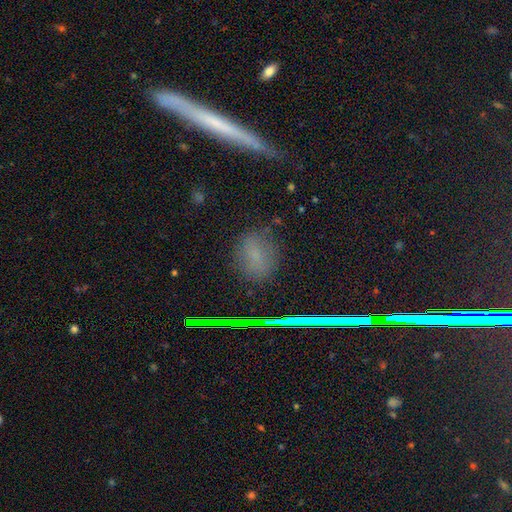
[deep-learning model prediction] smooth 61%, star or artifact 23%, featured or disk 15%. Down the decision tree: how rounded — in between (63%); merging — none (75%).